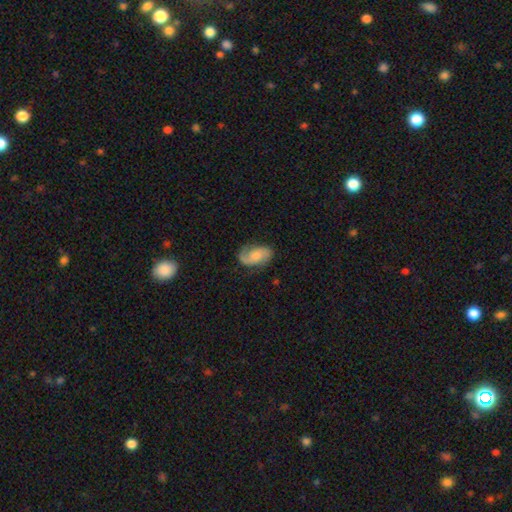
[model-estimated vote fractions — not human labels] Overall: featured or disk (58%; smooth 35%). Edge-on disk: no (96%). Bar: no (63%; weak 32%). Spiral arms: yes (91%). Spiral arm count: 2 (72%). Spiral winding: medium (41%; loose 40%). Bulge size: moderate (37%; small 30%). Merging: none (67%).